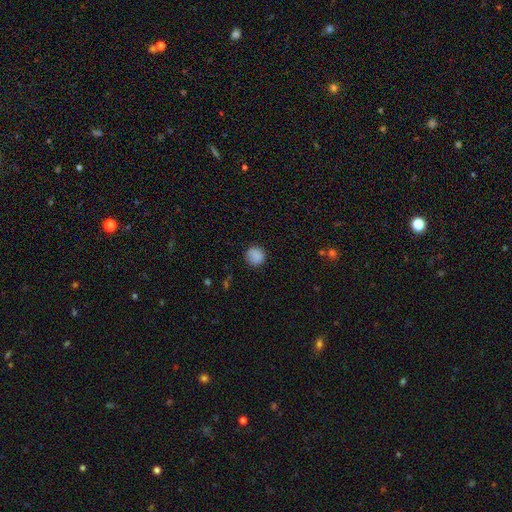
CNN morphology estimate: Smooth or featured? smooth (85%)
How rounded? round (89%)
Merging? none (83%)